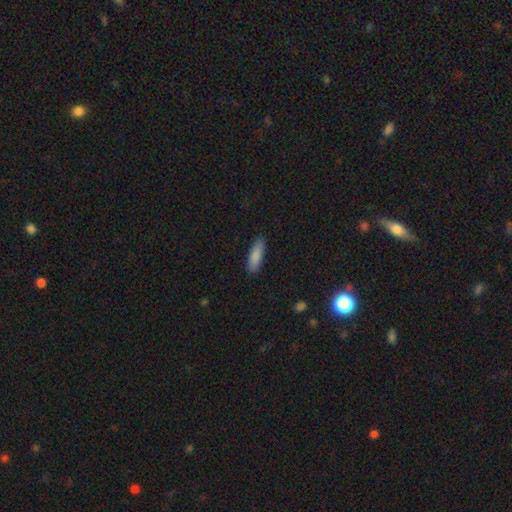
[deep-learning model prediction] A smooth galaxy with no disk features (87%) that is cigar-shaped (53%).

Vote fractions:
- Smooth or featured? smooth: 87% / featured or disk: 7% / star or artifact: 6%
- How rounded? cigar-shaped: 53% / in between: 45% / round: 2%
- Merging? none: 87% / minor disturbance: 10% / major disturbance: 2% / merger: 1%